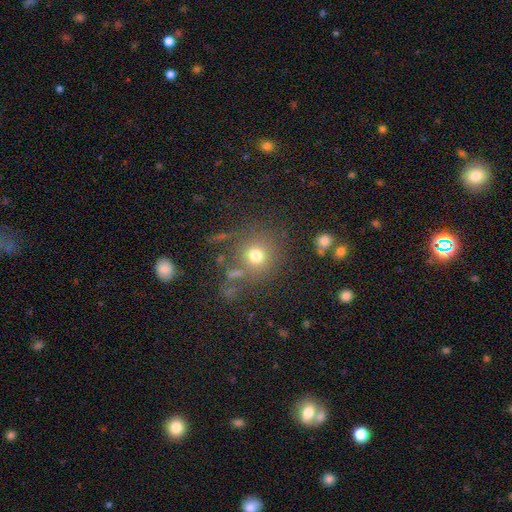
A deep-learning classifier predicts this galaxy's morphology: type=smooth (71%); roundness=round (90%); merging=none (72%).